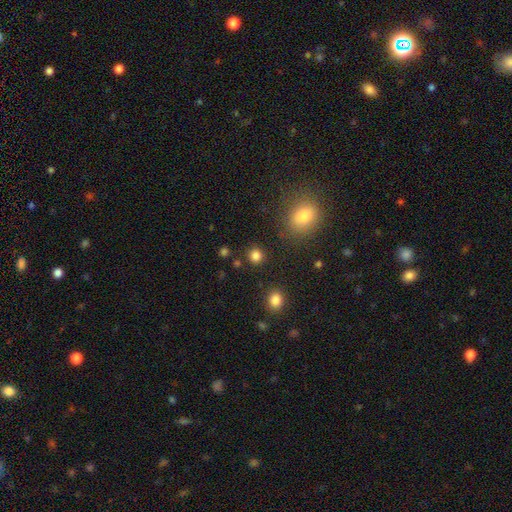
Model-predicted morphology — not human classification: Smooth or featured? smooth (84%)
How rounded? round (88%)
Merging? none (88%)